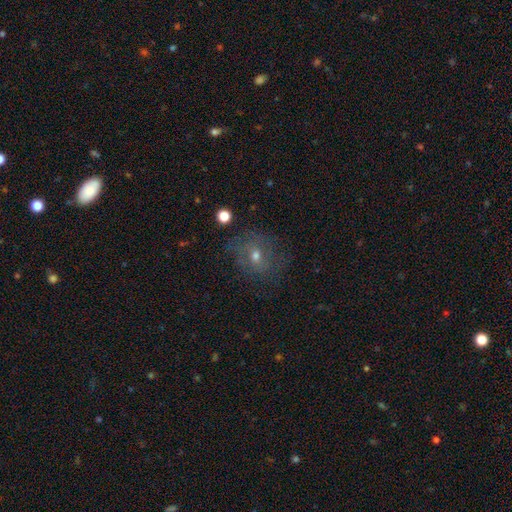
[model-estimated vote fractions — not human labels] Smooth or featured?
  - featured or disk: 39% *
  - smooth: 36%
  - star or artifact: 25%
Merging?
  - none: 73% *
  - minor disturbance: 16%
  - major disturbance: 9%
  - merger: 2%